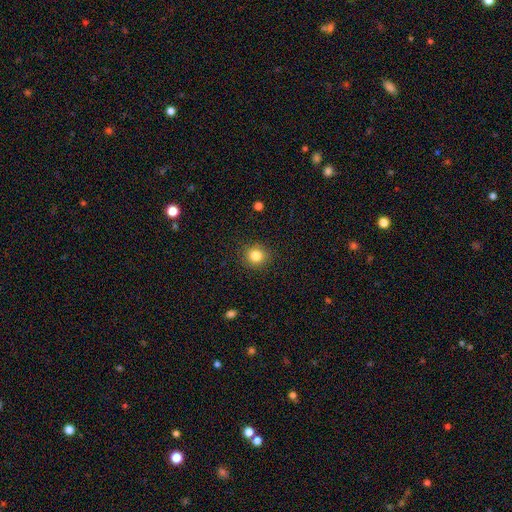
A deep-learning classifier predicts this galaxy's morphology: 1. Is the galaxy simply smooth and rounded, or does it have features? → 84% smooth, 11% star or artifact, 5% featured or disk.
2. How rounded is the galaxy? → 88% round, 11% in between, 1% cigar-shaped.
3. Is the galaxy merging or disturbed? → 90% none, 7% minor disturbance, 2% major disturbance, 1% merger.